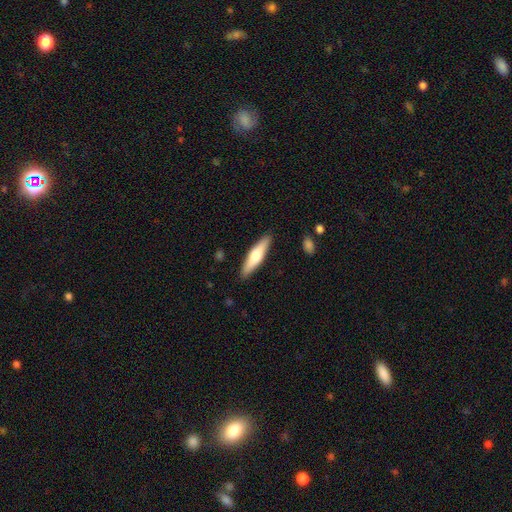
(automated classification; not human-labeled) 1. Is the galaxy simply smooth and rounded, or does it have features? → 56% smooth, 39% featured or disk, 5% star or artifact.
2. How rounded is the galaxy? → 75% cigar-shaped, 23% in between, 2% round.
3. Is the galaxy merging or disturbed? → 89% none, 8% minor disturbance, 2% major disturbance, 1% merger.